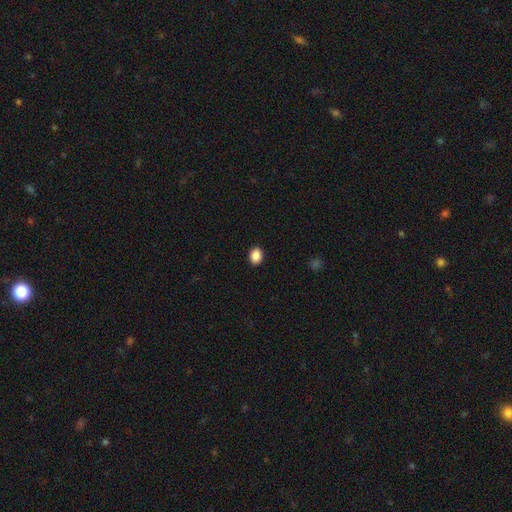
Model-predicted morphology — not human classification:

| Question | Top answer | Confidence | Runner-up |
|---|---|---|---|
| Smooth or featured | smooth | 89% | star or artifact (8%) |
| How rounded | in between | 64% | round (35%) |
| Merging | none | 91% | minor disturbance (6%) |